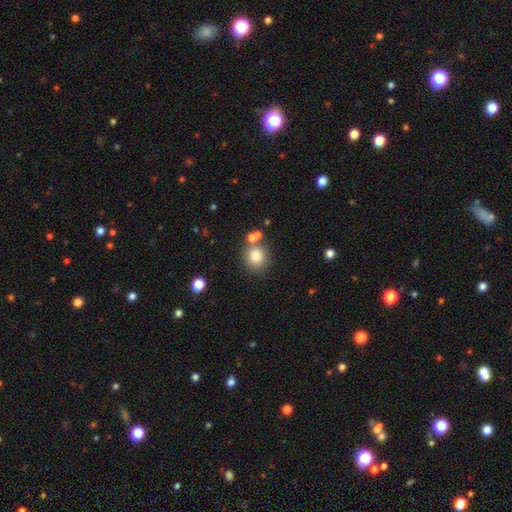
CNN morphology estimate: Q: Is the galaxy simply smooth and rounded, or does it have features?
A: smooth — 81%.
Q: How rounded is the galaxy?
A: round — 85%.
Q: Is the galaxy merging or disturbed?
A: none — 70%.